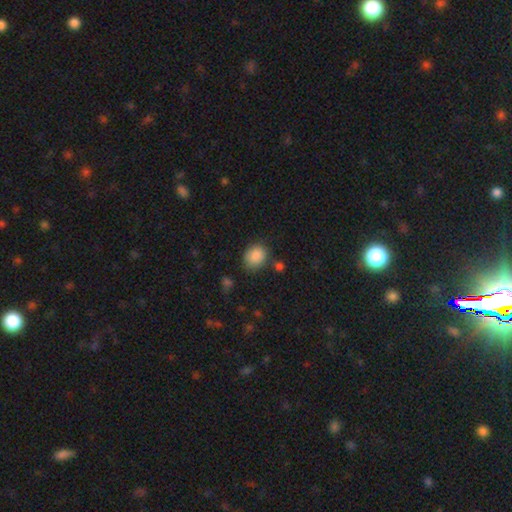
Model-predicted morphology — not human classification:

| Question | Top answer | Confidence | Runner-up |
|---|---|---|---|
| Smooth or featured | smooth | 86% | star or artifact (9%) |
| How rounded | round | 53% | in between (46%) |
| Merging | none | 73% | minor disturbance (18%) |